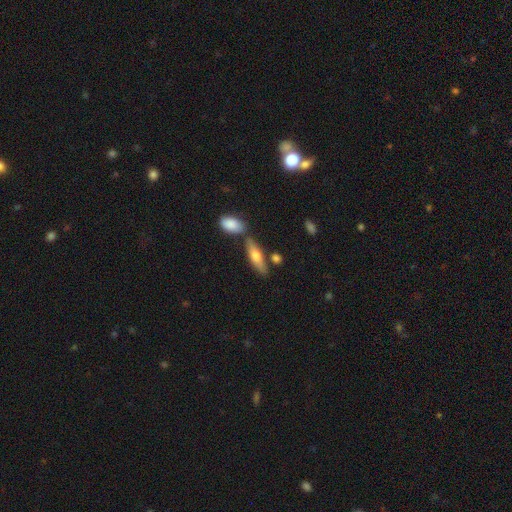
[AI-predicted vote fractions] smooth-or-featured: smooth: 60% | featured or disk: 34% | star or artifact: 6%
  how-rounded: cigar-shaped: 55% | in between: 42% | round: 3%
  merging: none: 69% | merger: 15% | minor disturbance: 13% | major disturbance: 3%